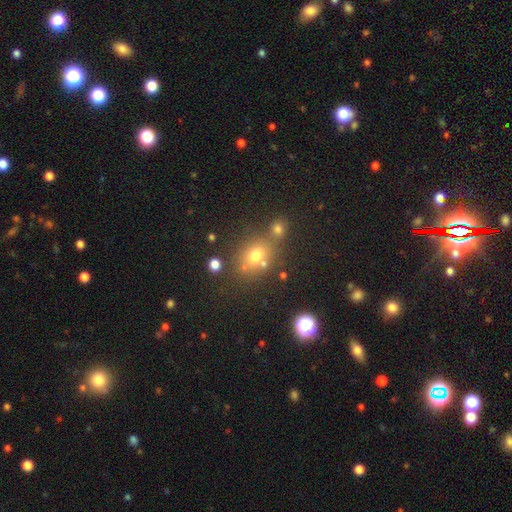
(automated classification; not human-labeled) smooth 67%, star or artifact 20%, featured or disk 13%. Down the decision tree: how rounded — round (52%); merging — none (57%).